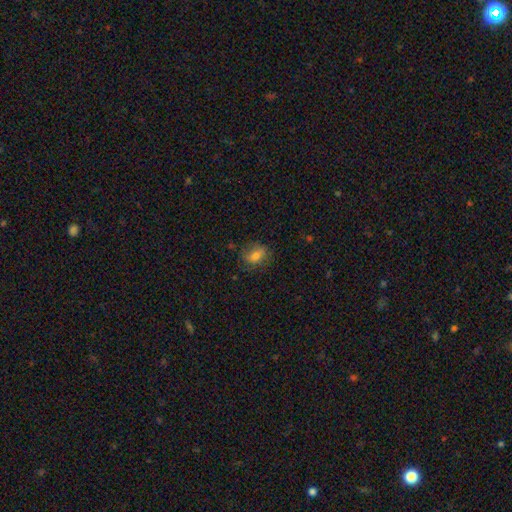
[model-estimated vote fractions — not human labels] Smooth or featured?
  - smooth: 73% *
  - featured or disk: 17%
  - star or artifact: 10%
How rounded?
  - in between: 64% *
  - round: 33%
  - cigar-shaped: 3%
Merging?
  - none: 72% *
  - minor disturbance: 20%
  - major disturbance: 7%
  - merger: 1%